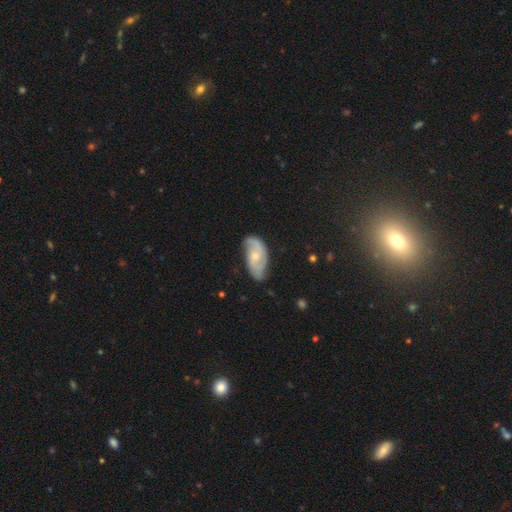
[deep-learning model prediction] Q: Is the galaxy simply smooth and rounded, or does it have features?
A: featured or disk — 73%.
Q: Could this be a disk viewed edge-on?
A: no — 95%.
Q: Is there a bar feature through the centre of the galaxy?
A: no — 65%.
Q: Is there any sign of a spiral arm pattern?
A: yes — 92%.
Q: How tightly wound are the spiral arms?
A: medium — 44%.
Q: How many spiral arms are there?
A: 2 — 70%.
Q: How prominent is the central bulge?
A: small — 53%.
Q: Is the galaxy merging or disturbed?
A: none — 66%.